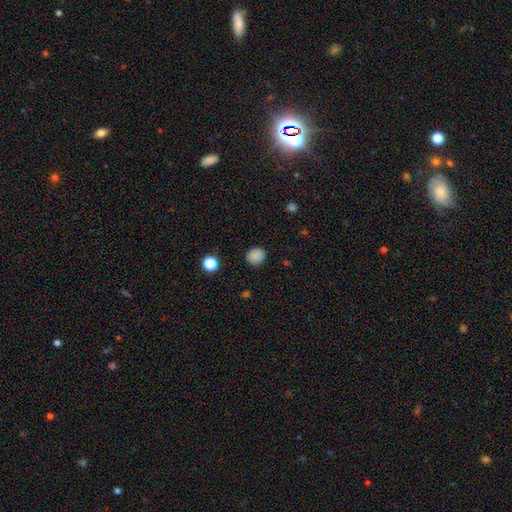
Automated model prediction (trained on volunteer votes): Smooth or featured? smooth (86%)
How rounded? round (84%)
Merging? none (88%)